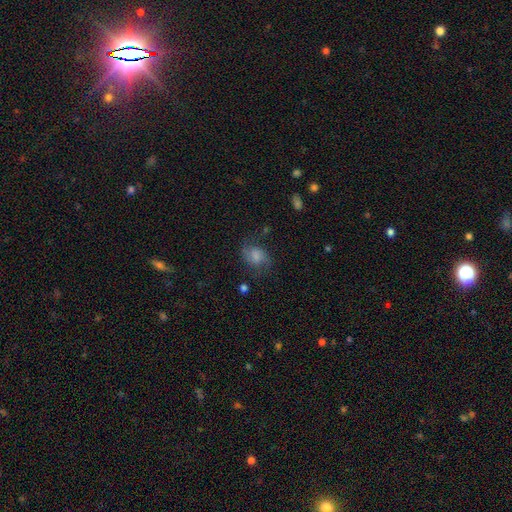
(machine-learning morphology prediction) Smooth or featured?
  - smooth: 60% *
  - featured or disk: 29%
  - star or artifact: 11%
How rounded?
  - in between: 63% *
  - round: 36%
  - cigar-shaped: 1%
Merging?
  - none: 56% *
  - minor disturbance: 25%
  - major disturbance: 17%
  - merger: 3%